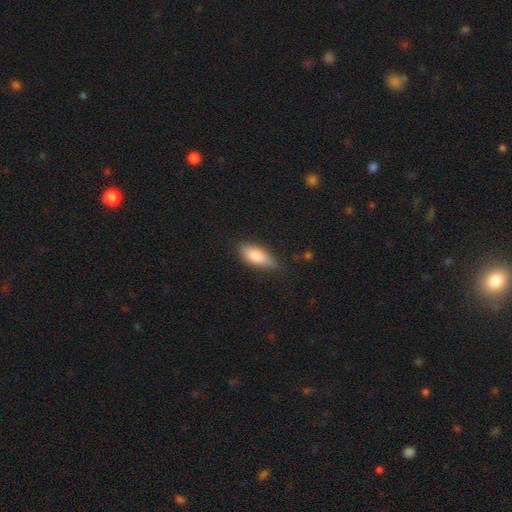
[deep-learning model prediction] smooth 78%, featured or disk 16%, star or artifact 6%. Down the decision tree: how rounded — in between (75%); merging — none (75%).